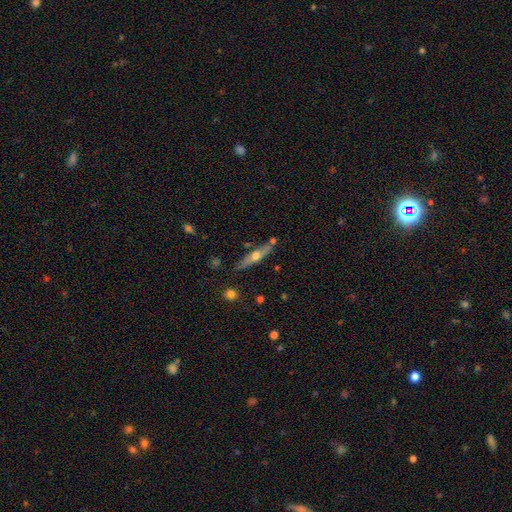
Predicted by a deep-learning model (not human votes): smooth-or-featured: featured or disk: 58% | smooth: 36% | star or artifact: 6%
  disk-edge-on: yes: 88% | no: 12%
    edge-on-bulge: rounded: 91% | none: 6% | boxy: 3%
  merging: none: 77% | minor disturbance: 14% | merger: 6% | major disturbance: 3%